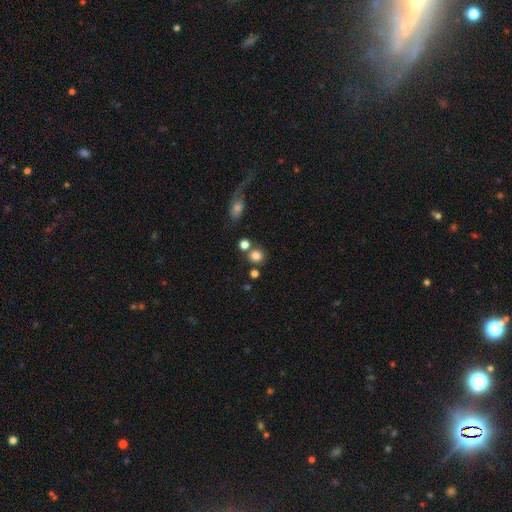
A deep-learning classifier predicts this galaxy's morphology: Overall: smooth (80%). How rounded: round (81%). Merging: none (68%).